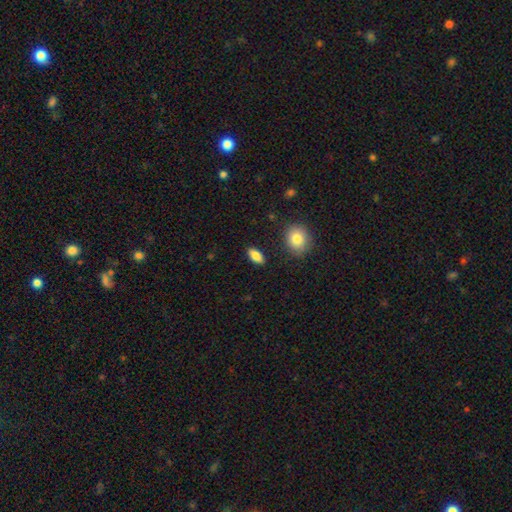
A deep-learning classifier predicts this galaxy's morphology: Q: Smooth or featured?
A: smooth (84%); runner-up: featured or disk (8%)
Q: How rounded?
A: in between (89%); runner-up: cigar-shaped (7%)
Q: Merging?
A: none (88%); runner-up: minor disturbance (8%)